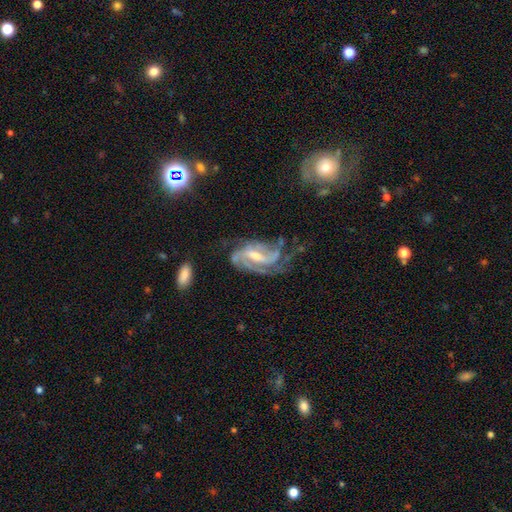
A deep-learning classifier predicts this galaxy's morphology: type=featured or disk (89%); edge-on=no (96%); bar=weak (48%); spiral arms=yes (97%); winding=medium (49%); arm count=2 (46%); bulge=moderate (51%); merging=none (53%).